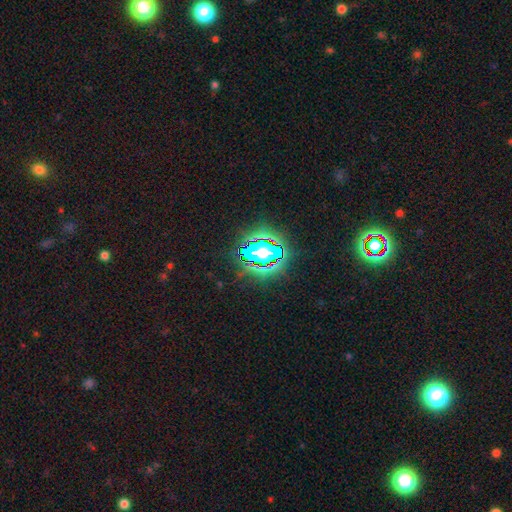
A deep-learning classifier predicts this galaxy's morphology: Q: Smooth or featured?
A: star or artifact (81%); runner-up: smooth (12%)